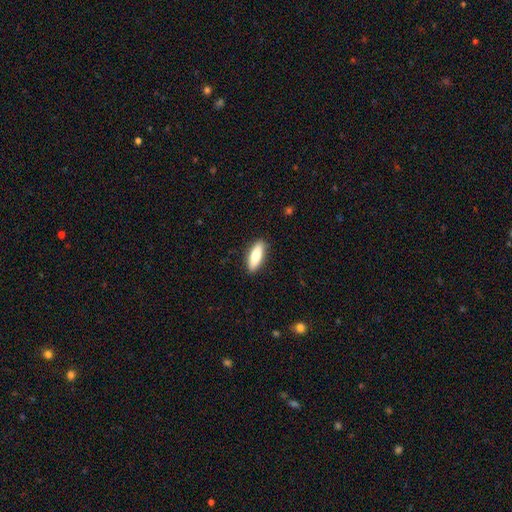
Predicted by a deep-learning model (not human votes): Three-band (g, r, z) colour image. It shows a smooth galaxy with no disk features (79%) that is in between round and cigar-shaped (61%). Merging: none (88%).